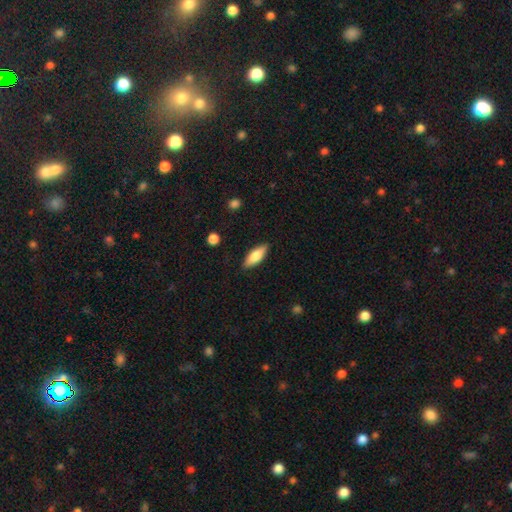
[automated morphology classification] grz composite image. It shows a smooth galaxy with no disk features (73%) that is in between round and cigar-shaped (67%). Merging: none (86%).